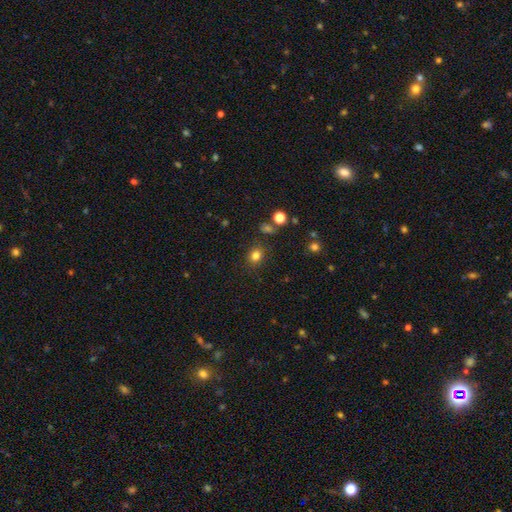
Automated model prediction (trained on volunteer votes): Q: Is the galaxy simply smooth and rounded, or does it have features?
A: smooth — 80%.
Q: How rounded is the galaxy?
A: round — 60%.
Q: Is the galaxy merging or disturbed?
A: none — 84%.